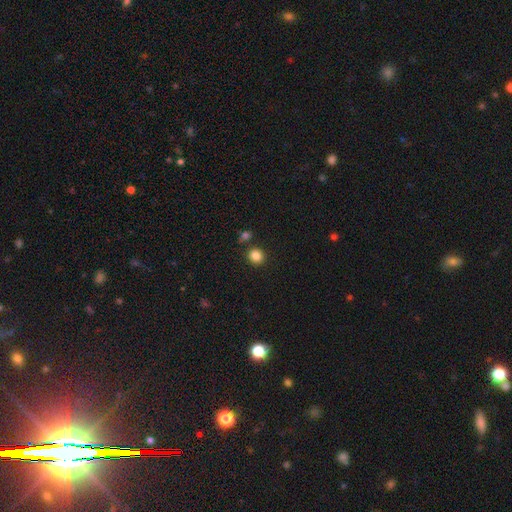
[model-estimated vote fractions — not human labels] Smooth or featured: smooth — 85% (star or artifact — 11%)
How rounded: round — 86% (in between — 14%)
Merging: none — 83% (minor disturbance — 7%)